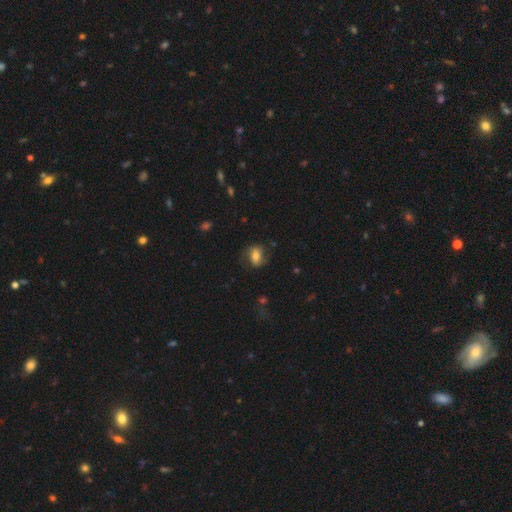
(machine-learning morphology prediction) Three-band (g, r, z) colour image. It shows a smooth galaxy with no disk features (58%) that is in between round and cigar-shaped (69%). Merging: none (67%).